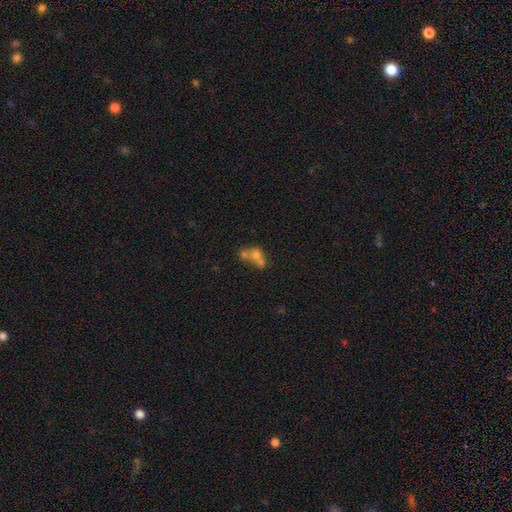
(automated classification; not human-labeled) This appears to be a smooth galaxy with no disk features (59%) that is round (66%). Merging: merger (62%).